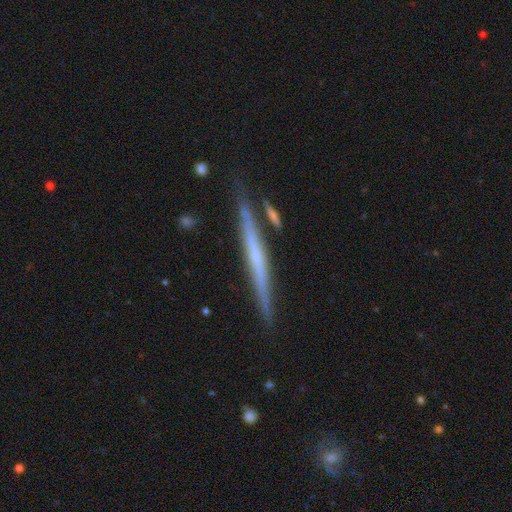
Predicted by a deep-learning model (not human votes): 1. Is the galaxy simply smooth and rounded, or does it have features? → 64% featured or disk, 30% smooth, 6% star or artifact.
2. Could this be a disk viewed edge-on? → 97% yes, 3% no.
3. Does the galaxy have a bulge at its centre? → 72% none, 22% rounded, 6% boxy.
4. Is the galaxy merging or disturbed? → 83% none, 11% minor disturbance, 5% merger, 2% major disturbance.